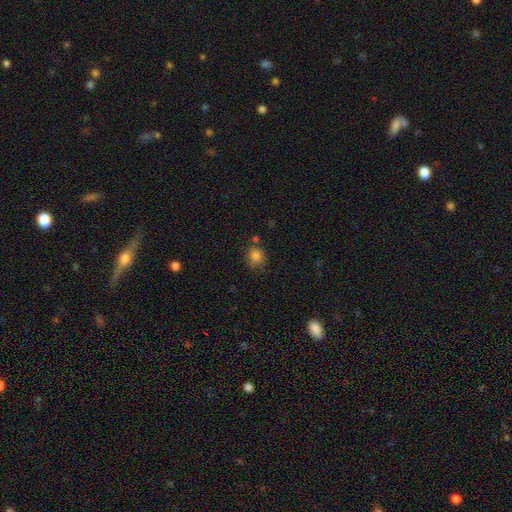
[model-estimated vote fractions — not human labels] Smooth or featured?
  - smooth: 84% *
  - star or artifact: 11%
  - featured or disk: 5%
How rounded?
  - round: 79% *
  - in between: 20%
  - cigar-shaped: 1%
Merging?
  - none: 66% *
  - minor disturbance: 20%
  - merger: 8%
  - major disturbance: 5%